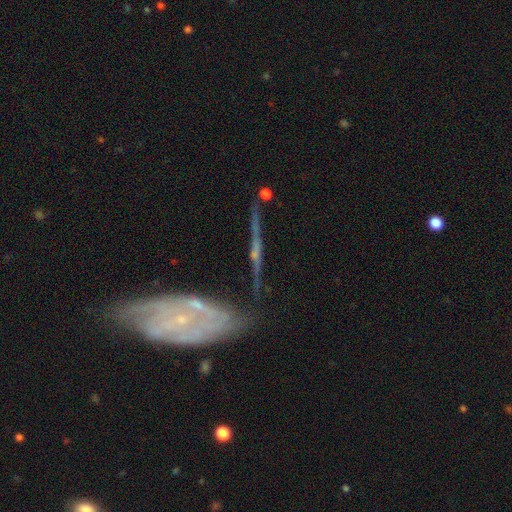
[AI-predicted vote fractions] This appears to be a featured or disk galaxy (69%) viewed edge-on (82%) with no central bulge (43%). Merging: none (67%).